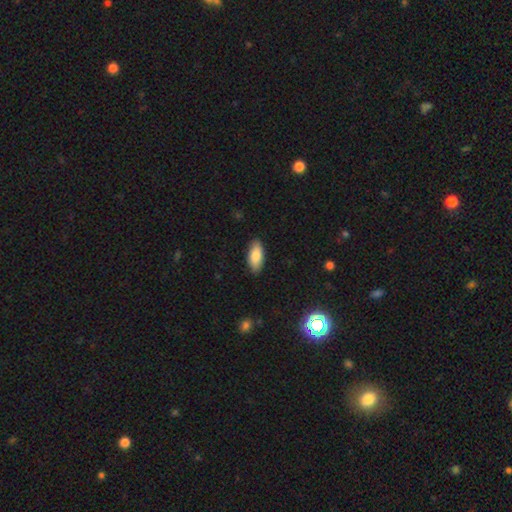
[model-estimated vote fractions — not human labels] Smooth or featured? smooth (84%)
How rounded? in between (86%)
Merging? none (88%)